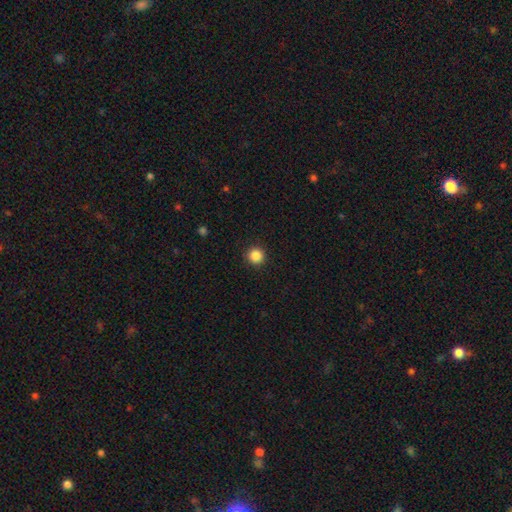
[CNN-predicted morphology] Q: Smooth or featured?
A: smooth (86%); runner-up: star or artifact (11%)
Q: How rounded?
A: round (96%); runner-up: in between (3%)
Q: Merging?
A: none (92%); runner-up: minor disturbance (5%)